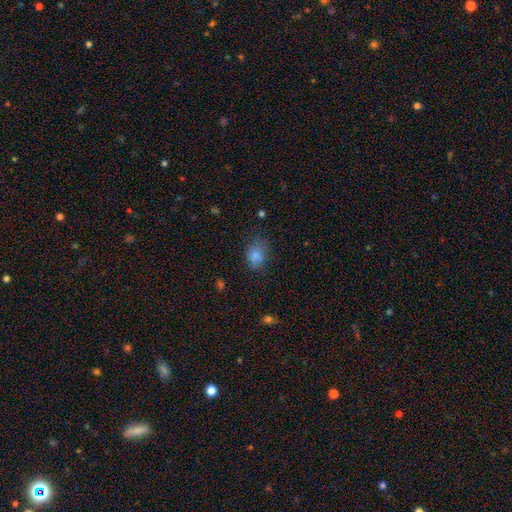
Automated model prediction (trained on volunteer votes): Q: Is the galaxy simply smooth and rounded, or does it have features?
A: smooth — 80%.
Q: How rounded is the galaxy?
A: in between — 62%.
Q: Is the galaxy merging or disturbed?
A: none — 60%.